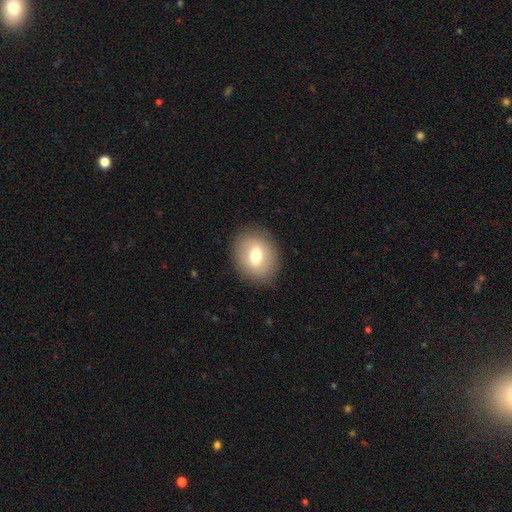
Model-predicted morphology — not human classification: Q: Smooth or featured?
A: smooth (64%); runner-up: featured or disk (27%)
Q: How rounded?
A: round (52%); runner-up: in between (47%)
Q: Merging?
A: none (86%); runner-up: minor disturbance (9%)